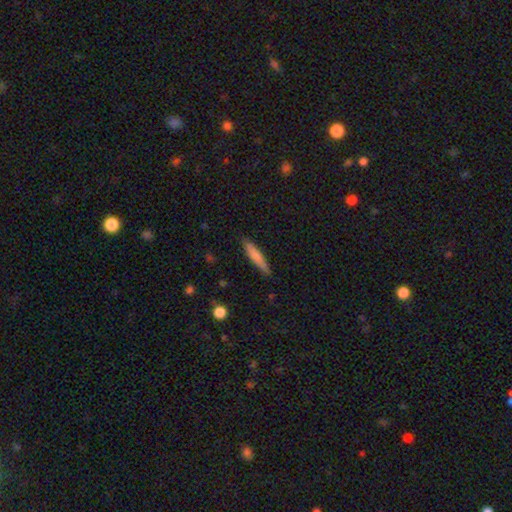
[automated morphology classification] A smooth galaxy with no disk features (75%) that is cigar-shaped (89%). Merging: none (85%).